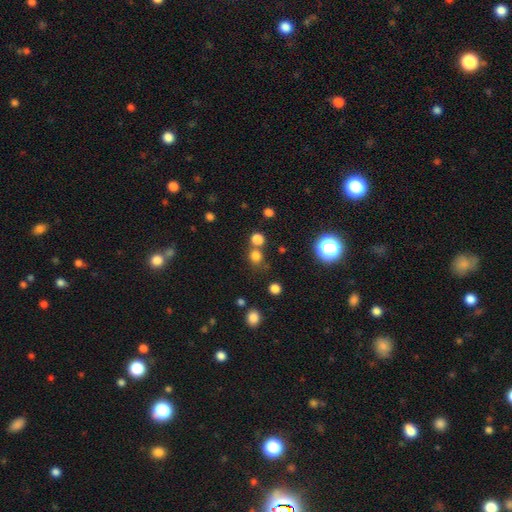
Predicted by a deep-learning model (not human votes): The model was most divided on "merging": none: 62%, merger: 26%, minor disturbance: 8%, major disturbance: 4%. More confident: how rounded — round (83%); smooth or featured — smooth (75%).